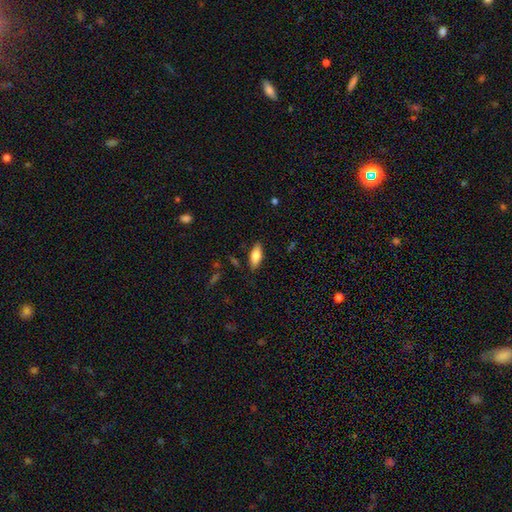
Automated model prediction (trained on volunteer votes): A smooth galaxy with no disk features (79%) that is in between round and cigar-shaped (84%).

Vote fractions:
- Smooth or featured? smooth: 79% / featured or disk: 14% / star or artifact: 7%
- How rounded? in between: 84% / cigar-shaped: 14% / round: 2%
- Merging? none: 85% / minor disturbance: 11% / major disturbance: 2% / merger: 1%